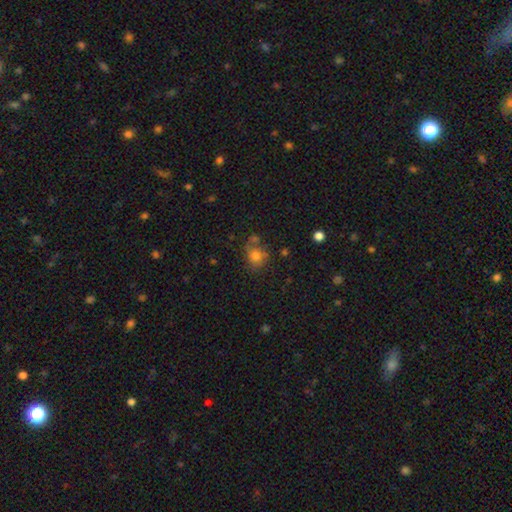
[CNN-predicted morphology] Smooth or featured?
  - smooth: 74% *
  - featured or disk: 14%
  - star or artifact: 12%
How rounded?
  - round: 70% *
  - in between: 29%
  - cigar-shaped: 1%
Merging?
  - none: 53% *
  - minor disturbance: 20%
  - merger: 16%
  - major disturbance: 10%